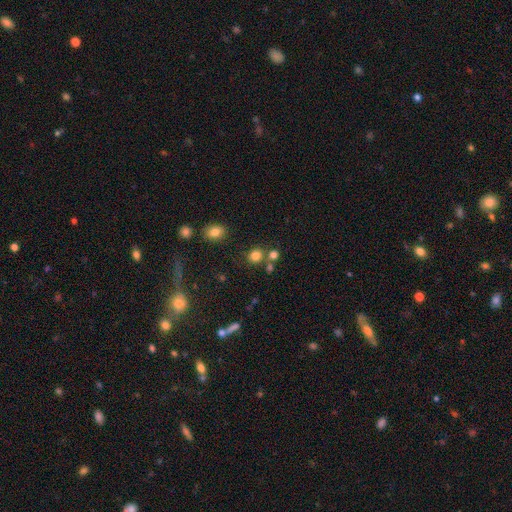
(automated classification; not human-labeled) Overall: smooth (80%). How rounded: round (82%). Merging: none (69%).